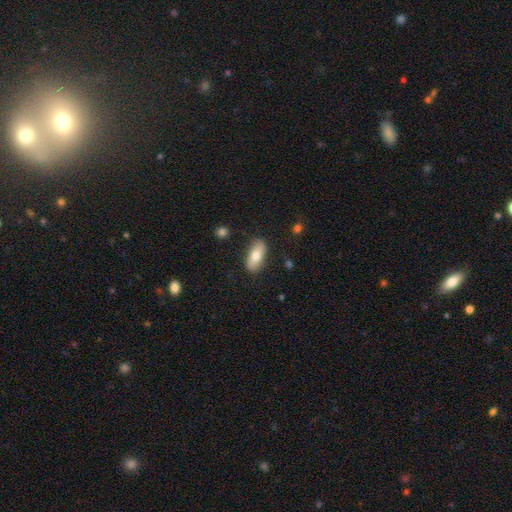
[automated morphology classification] type=smooth (73%); roundness=in between (83%); merging=none (83%).